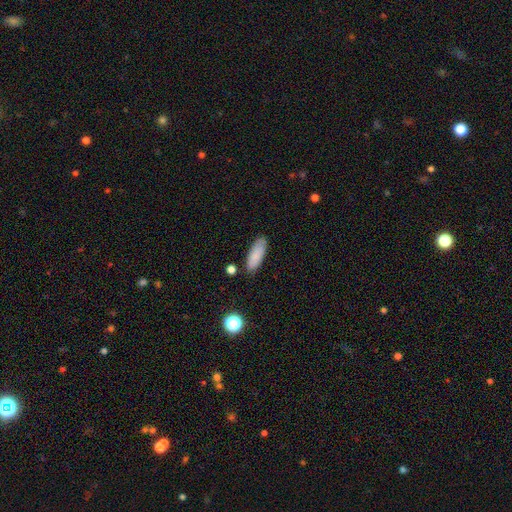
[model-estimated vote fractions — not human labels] Morphology: type=smooth (85%); roundness=in between (66%); merging=none (81%).